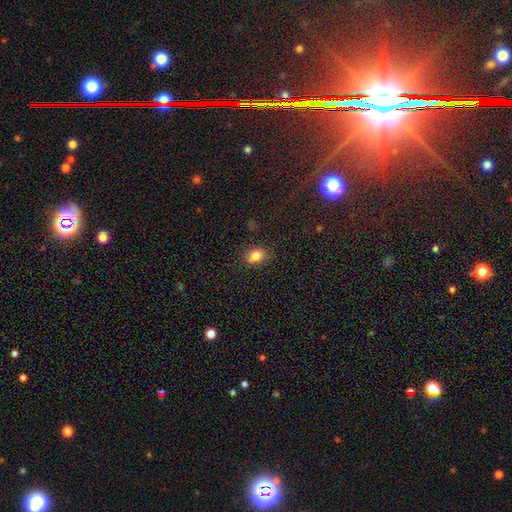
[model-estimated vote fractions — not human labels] Smooth or featured? smooth (82%)
How rounded? in between (68%)
Merging? none (81%)